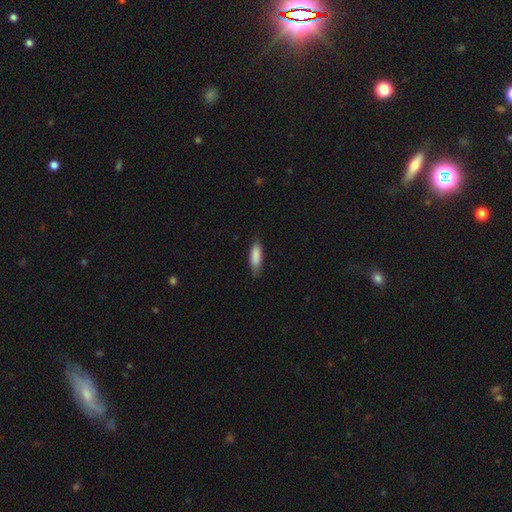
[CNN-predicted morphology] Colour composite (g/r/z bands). It shows a smooth galaxy with no disk features (86%) that is in between round and cigar-shaped (54%). Merging: none (75%).